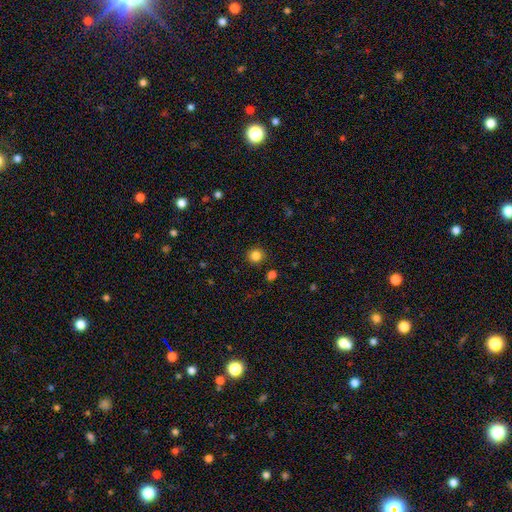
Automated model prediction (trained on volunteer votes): smooth-or-featured: smooth: 84% | star or artifact: 12% | featured or disk: 4%
  how-rounded: round: 91% | in between: 8% | cigar-shaped: 1%
  merging: none: 90% | minor disturbance: 6% | major disturbance: 2% | merger: 2%